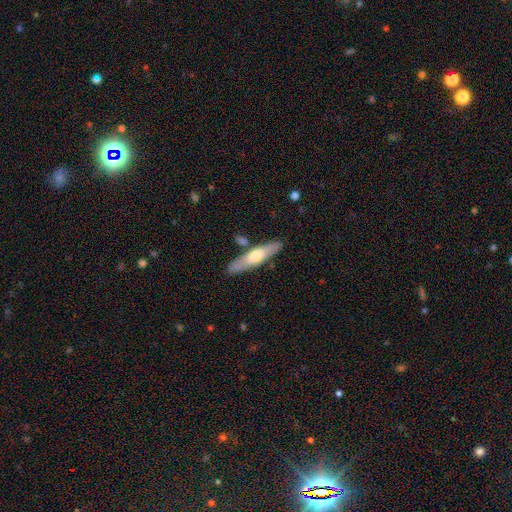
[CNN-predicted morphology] This is possibly a smooth galaxy (52%). How rounded: likely cigar-shaped (78%). Merging: clearly none (82%).